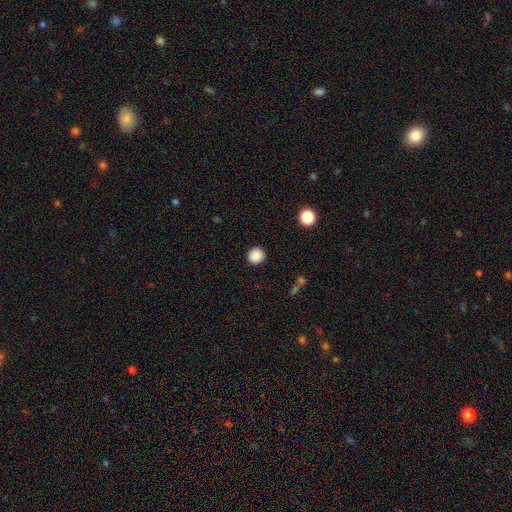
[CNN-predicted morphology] Overall: smooth (88%). How rounded: round (93%). Merging: none (92%).